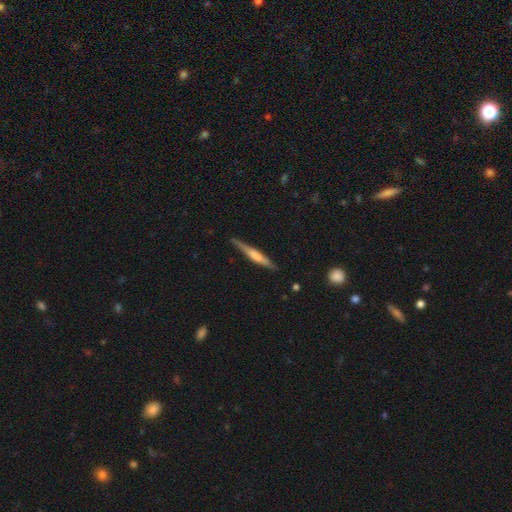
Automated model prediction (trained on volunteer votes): Smooth or featured?
  - featured or disk: 50% *
  - smooth: 44%
  - star or artifact: 6%
Edge-on disk?
  - yes: 96% *
  - no: 4%
Merging?
  - none: 85% *
  - minor disturbance: 11%
  - major disturbance: 2%
  - merger: 1%